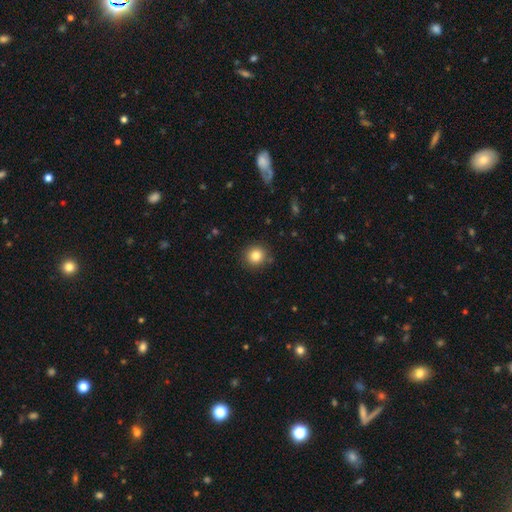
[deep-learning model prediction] smooth-or-featured: smooth: 83% | star or artifact: 11% | featured or disk: 6%
  how-rounded: round: 92% | in between: 7% | cigar-shaped: 1%
  merging: none: 89% | minor disturbance: 8% | major disturbance: 2% | merger: 2%